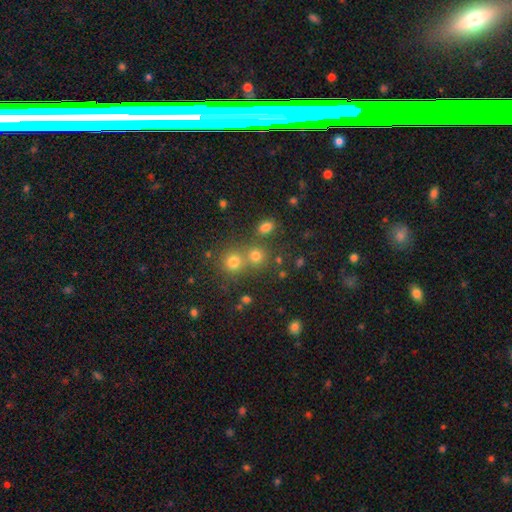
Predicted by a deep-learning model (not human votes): Overall: smooth (74%). How rounded: round (81%). Merging: none (57%; merger 33%).